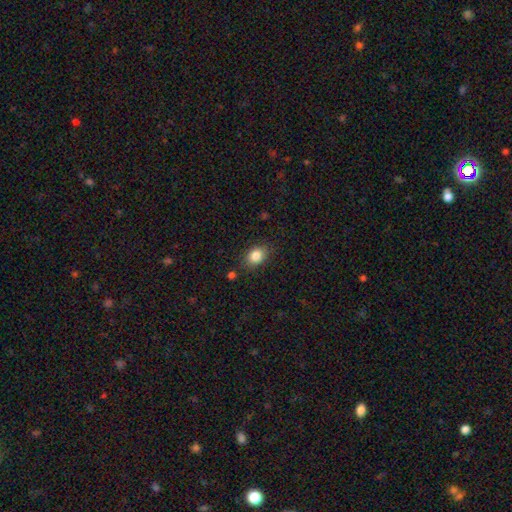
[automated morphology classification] Smooth or featured?
  - smooth: 84% *
  - star or artifact: 9%
  - featured or disk: 7%
How rounded?
  - in between: 69% *
  - round: 30%
  - cigar-shaped: 1%
Merging?
  - none: 83% *
  - minor disturbance: 12%
  - major disturbance: 3%
  - merger: 2%